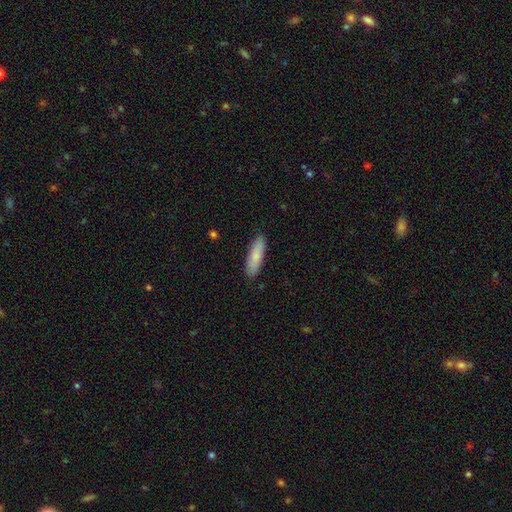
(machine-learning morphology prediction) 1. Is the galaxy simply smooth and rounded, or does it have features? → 83% smooth, 12% featured or disk, 6% star or artifact.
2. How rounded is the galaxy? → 60% cigar-shaped, 39% in between, 2% round.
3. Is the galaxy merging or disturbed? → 88% none, 9% minor disturbance, 2% major disturbance, 1% merger.